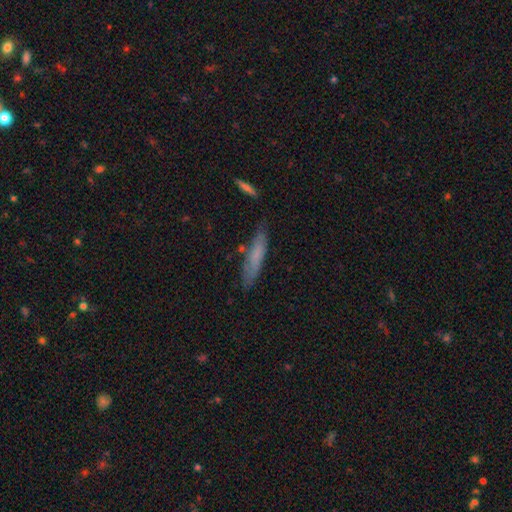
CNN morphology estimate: Smooth or featured: smooth — 66% (featured or disk — 27%)
How rounded: cigar-shaped — 87% (in between — 12%)
Merging: none — 77% (minor disturbance — 16%)